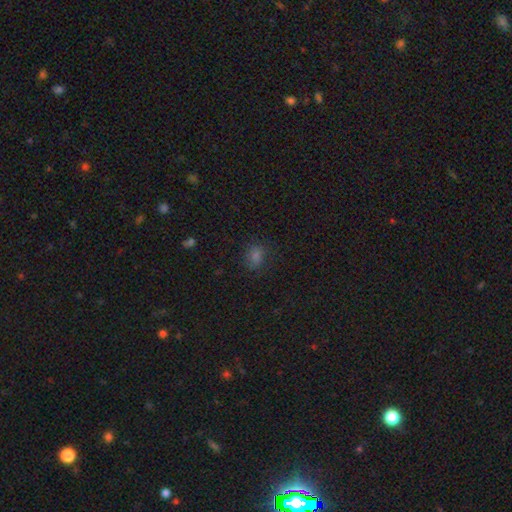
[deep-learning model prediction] Q: Smooth or featured?
A: smooth (67%); runner-up: star or artifact (27%)
Q: How rounded?
A: in between (57%); runner-up: round (41%)
Q: Merging?
A: none (78%); runner-up: minor disturbance (15%)